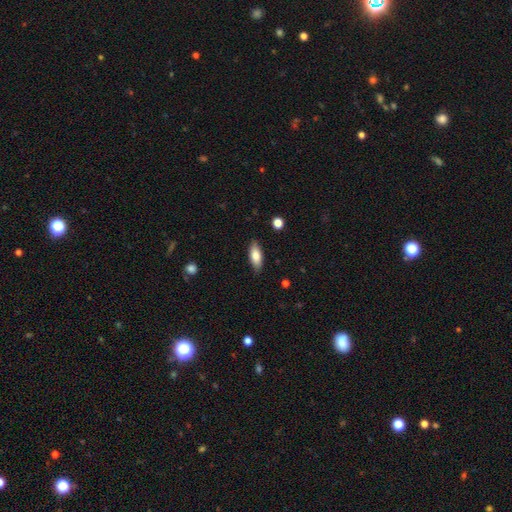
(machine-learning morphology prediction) This is likely a smooth galaxy (77%). How rounded: likely in between (76%). Merging: clearly none (86%).